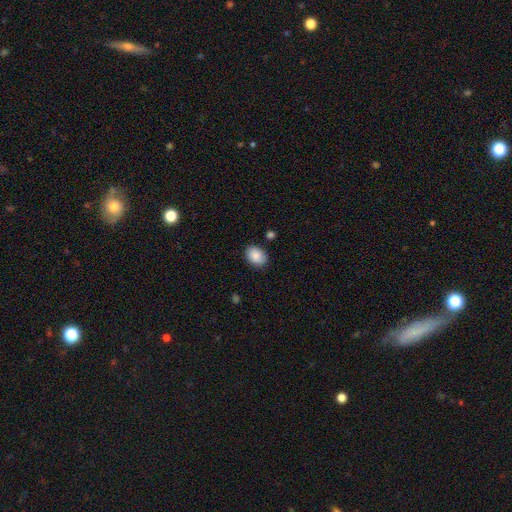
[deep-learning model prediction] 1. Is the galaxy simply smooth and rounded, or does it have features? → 88% smooth, 7% star or artifact, 5% featured or disk.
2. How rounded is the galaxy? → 69% in between, 30% round, 1% cigar-shaped.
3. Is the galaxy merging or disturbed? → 83% none, 12% minor disturbance, 3% major disturbance, 2% merger.